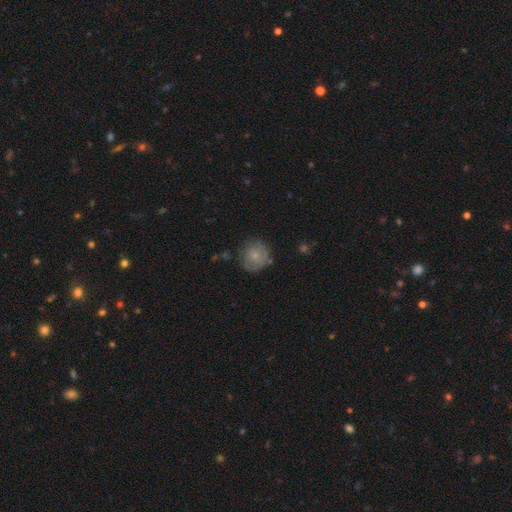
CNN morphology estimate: The model was most divided on "smooth or featured": smooth: 68%, featured or disk: 24%, star or artifact: 8%. More confident: how rounded — round (86%); merging — none (71%).